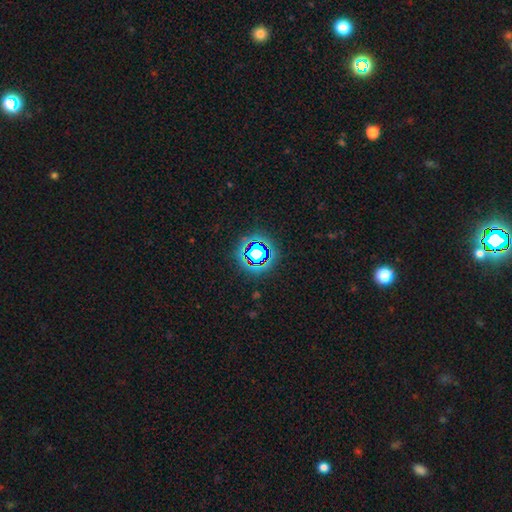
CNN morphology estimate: star or artifact 68%, smooth 20%, featured or disk 12%.